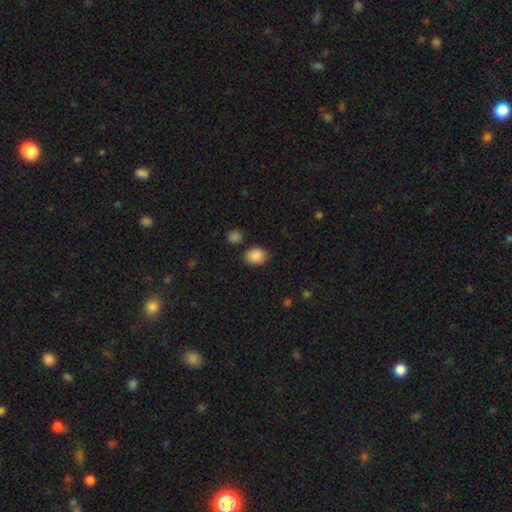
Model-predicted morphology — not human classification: A smooth galaxy with no disk features (88%) that is in between round and cigar-shaped (56%). Merging: none (80%).